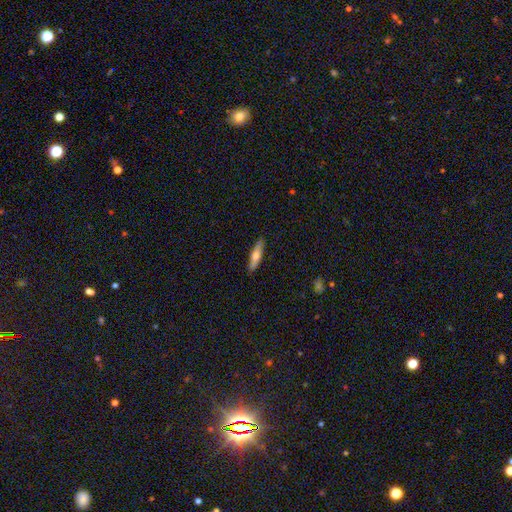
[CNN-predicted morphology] Smooth or featured?
  - smooth: 59% *
  - featured or disk: 35%
  - star or artifact: 6%
How rounded?
  - cigar-shaped: 79% *
  - in between: 19%
  - round: 2%
Merging?
  - none: 88% *
  - minor disturbance: 9%
  - major disturbance: 2%
  - merger: 1%